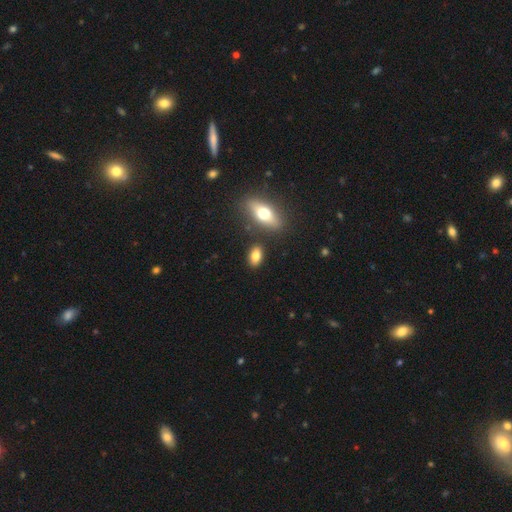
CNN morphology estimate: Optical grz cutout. It shows a smooth galaxy with no disk features (78%) that is in between round and cigar-shaped (85%). Merging: none (83%).